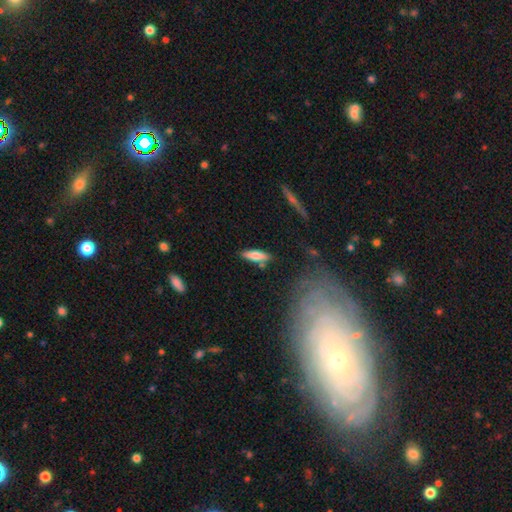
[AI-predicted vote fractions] smooth 74%, featured or disk 20%, star or artifact 6%. Down the decision tree: how rounded — cigar-shaped (53%); merging — none (79%).